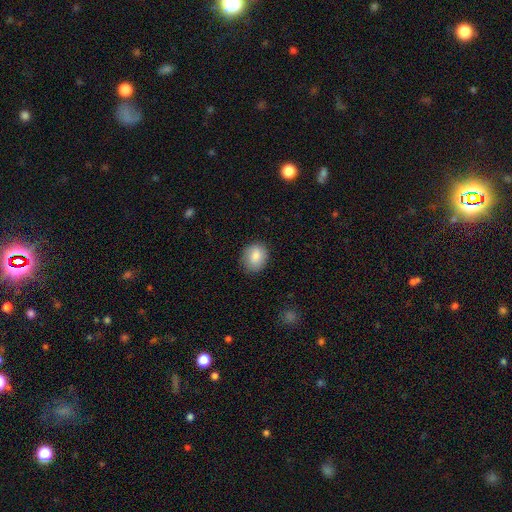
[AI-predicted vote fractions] Q: Smooth or featured?
A: smooth (83%); runner-up: featured or disk (9%)
Q: How rounded?
A: round (55%); runner-up: in between (44%)
Q: Merging?
A: none (85%); runner-up: minor disturbance (11%)